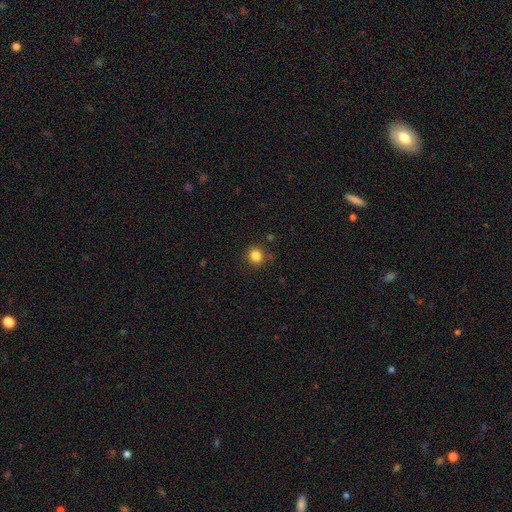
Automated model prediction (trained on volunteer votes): smooth_or_featured: smooth (p=0.84) [alt: star or artifact p=0.11]
how_rounded: round (p=0.83) [alt: in between p=0.16]
merging: none (p=0.86) [alt: minor disturbance p=0.09]